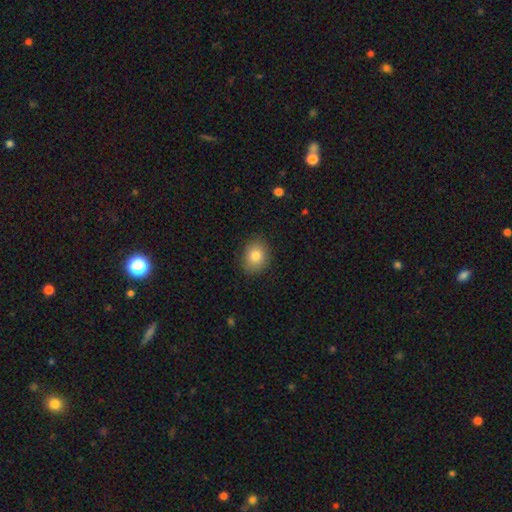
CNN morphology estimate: Smooth or featured?
  - smooth: 83% *
  - featured or disk: 9%
  - star or artifact: 9%
How rounded?
  - in between: 51% *
  - round: 48%
  - cigar-shaped: 1%
Merging?
  - none: 86% *
  - minor disturbance: 11%
  - major disturbance: 3%
  - merger: 1%